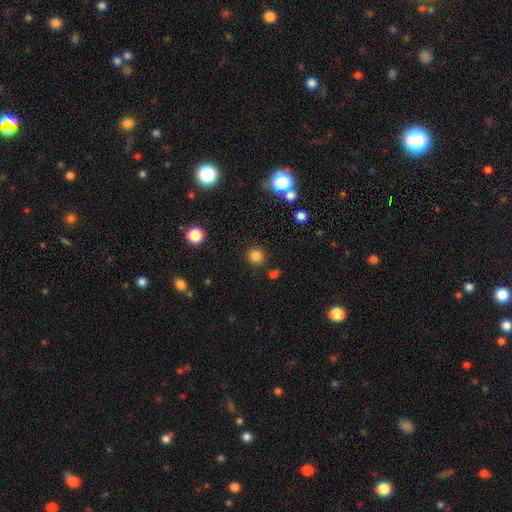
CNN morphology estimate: smooth-or-featured: smooth: 81% | star or artifact: 15% | featured or disk: 4%
  how-rounded: round: 91% | in between: 8% | cigar-shaped: 1%
  merging: none: 88% | minor disturbance: 6% | merger: 4% | major disturbance: 2%